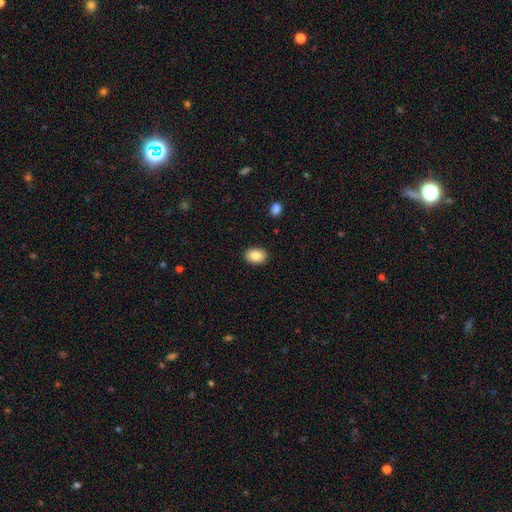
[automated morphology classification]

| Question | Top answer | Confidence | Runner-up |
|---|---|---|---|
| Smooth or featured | smooth | 87% | star or artifact (7%) |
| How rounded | in between | 82% | round (17%) |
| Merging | none | 89% | minor disturbance (8%) |